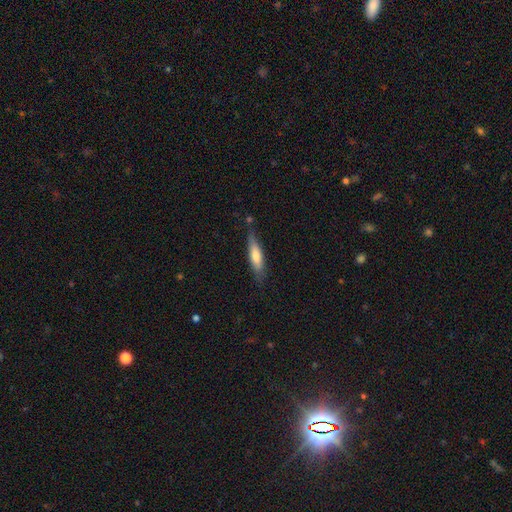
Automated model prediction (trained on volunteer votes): Overall: smooth (65%; featured or disk 29%). How rounded: cigar-shaped (74%). Merging: none (75%).